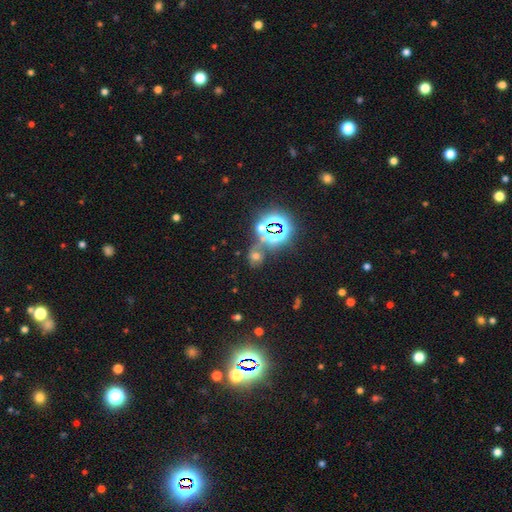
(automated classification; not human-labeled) Q: Smooth or featured?
A: star or artifact (48%); runner-up: smooth (41%)